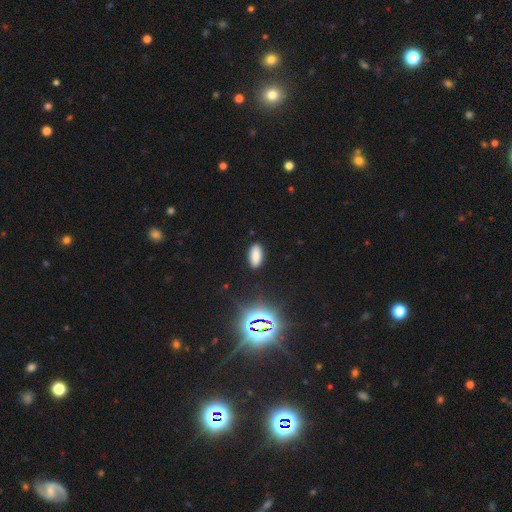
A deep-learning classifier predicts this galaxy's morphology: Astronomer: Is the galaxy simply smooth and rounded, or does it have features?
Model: smooth — 80%.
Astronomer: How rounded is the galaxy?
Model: in between — 87%.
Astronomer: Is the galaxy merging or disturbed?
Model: none — 87%.